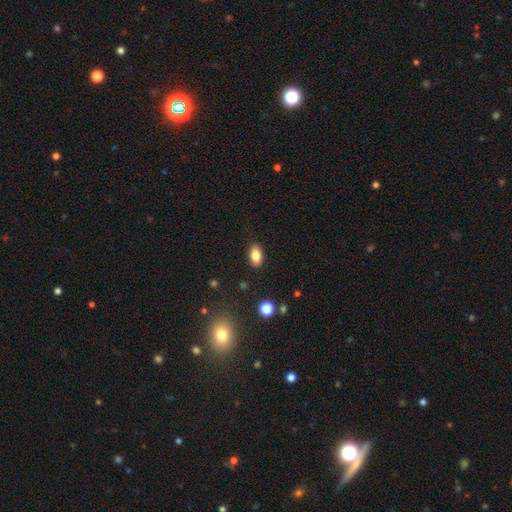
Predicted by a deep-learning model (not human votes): Smooth or featured? smooth (84%)
How rounded? in between (89%)
Merging? none (87%)